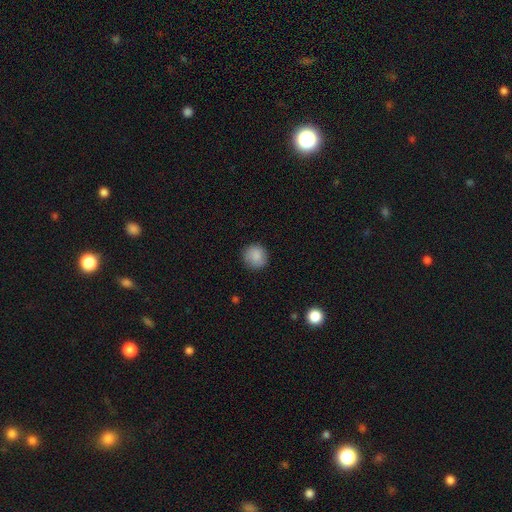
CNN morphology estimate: Overall: smooth (87%). How rounded: round (91%). Merging: none (87%).